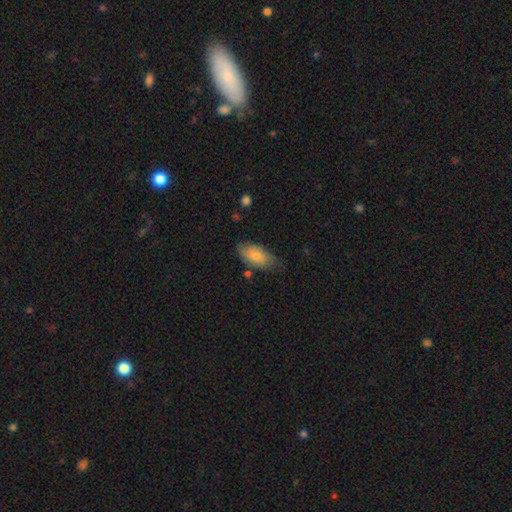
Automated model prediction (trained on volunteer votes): This is likely a smooth galaxy (75%). How rounded: clearly in between (92%). Merging: likely none (68%).